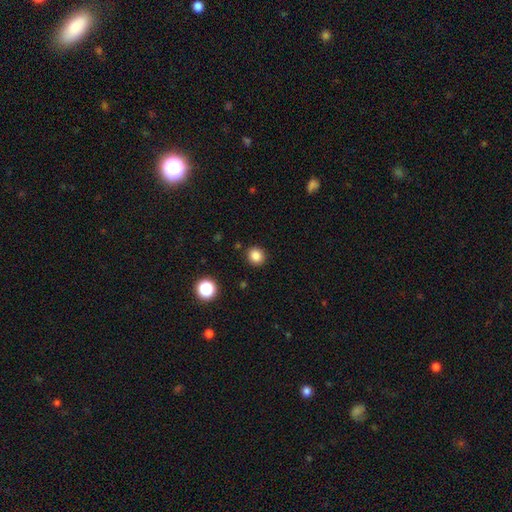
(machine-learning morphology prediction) This appears to be a smooth galaxy with no disk features (84%) that is round (86%). Merging: none (90%).